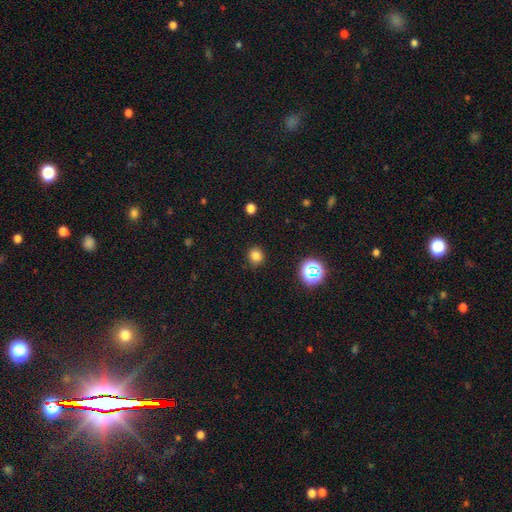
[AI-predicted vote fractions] Overall: smooth (79%). How rounded: round (84%). Merging: none (87%).